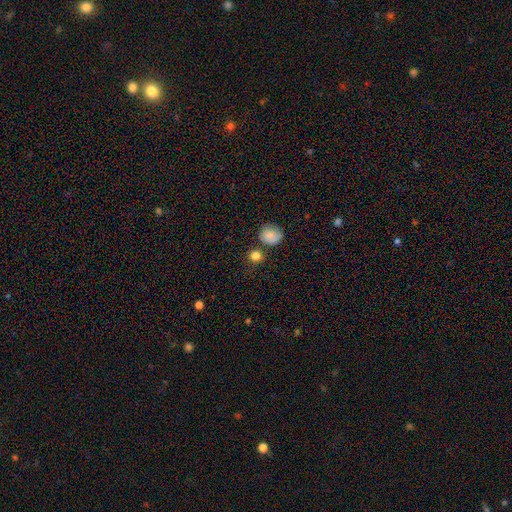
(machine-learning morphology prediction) smooth_or_featured: smooth (p=0.83) [alt: star or artifact p=0.12]
how_rounded: round (p=0.86) [alt: in between p=0.13]
merging: none (p=0.73) [alt: merger p=0.13]